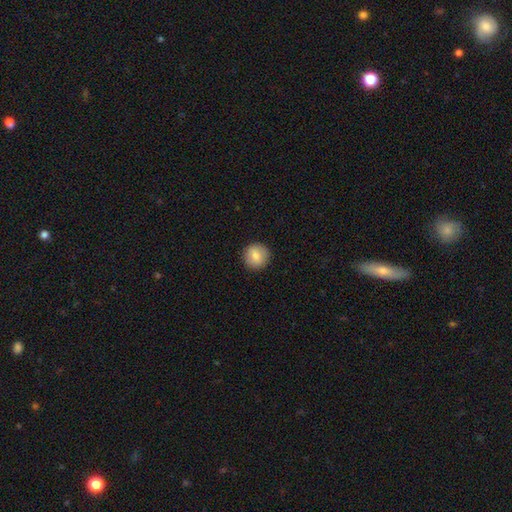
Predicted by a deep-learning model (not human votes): Smooth or featured: smooth — 79% (featured or disk — 13%)
How rounded: round — 93% (in between — 6%)
Merging: none — 91% (minor disturbance — 6%)